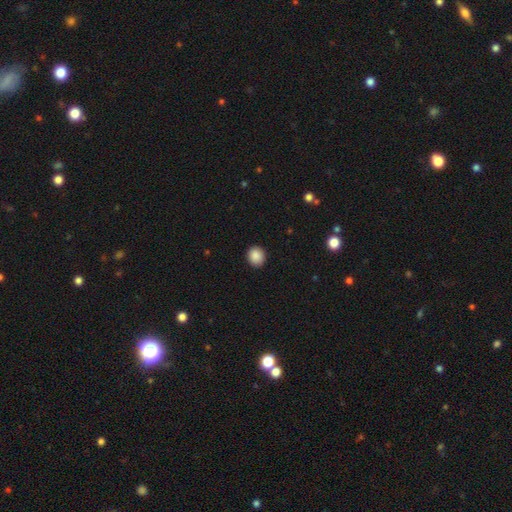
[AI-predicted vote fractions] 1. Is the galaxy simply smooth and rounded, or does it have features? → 89% smooth, 9% star or artifact, 3% featured or disk.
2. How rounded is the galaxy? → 78% round, 21% in between, 1% cigar-shaped.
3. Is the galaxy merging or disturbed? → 91% none, 6% minor disturbance, 2% major disturbance, 1% merger.